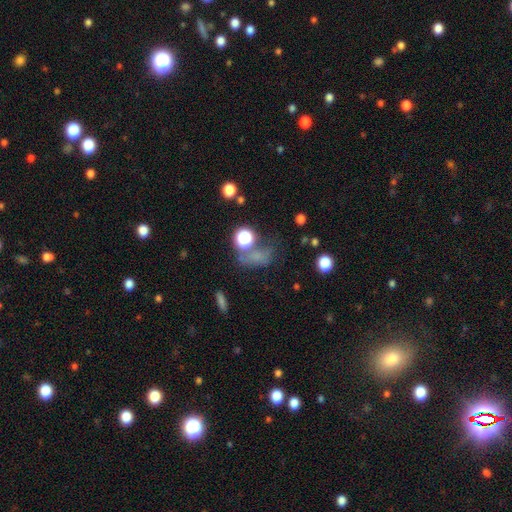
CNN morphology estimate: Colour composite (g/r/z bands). It shows a smooth galaxy with no disk features (54%) that is in between round and cigar-shaped (52%). Merging: none (44%).